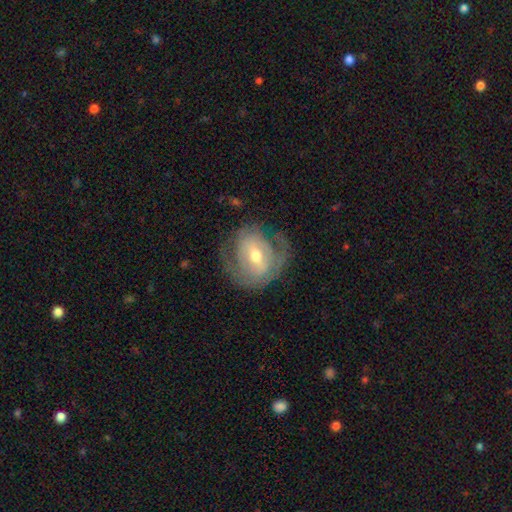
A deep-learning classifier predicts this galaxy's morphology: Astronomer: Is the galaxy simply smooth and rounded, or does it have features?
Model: featured or disk — 73%.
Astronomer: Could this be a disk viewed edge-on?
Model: no — 95%.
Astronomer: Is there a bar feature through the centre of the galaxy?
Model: weak — 45% (runner-up: strong, 29%).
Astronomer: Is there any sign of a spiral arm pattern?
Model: yes — 74%.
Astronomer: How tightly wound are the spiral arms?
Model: tight — 48% (runner-up: medium, 36%).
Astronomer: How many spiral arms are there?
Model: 2 — 55%.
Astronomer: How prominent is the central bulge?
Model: moderate — 61%.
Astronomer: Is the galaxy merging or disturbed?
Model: none — 63%.